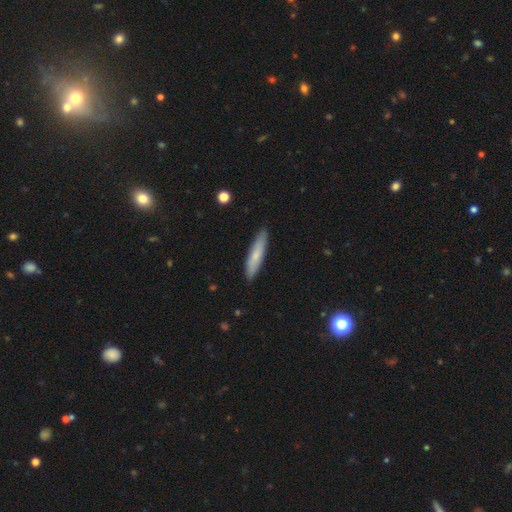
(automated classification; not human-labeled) Smooth or featured? smooth (73%)
How rounded? cigar-shaped (86%)
Merging? none (88%)